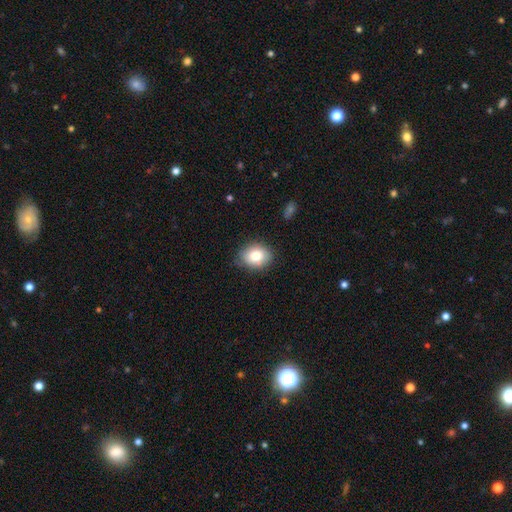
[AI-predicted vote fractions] smooth-or-featured: smooth: 81% | featured or disk: 11% | star or artifact: 9%
  how-rounded: round: 51% | in between: 48% | cigar-shaped: 1%
  merging: none: 81% | minor disturbance: 15% | major disturbance: 3% | merger: 1%